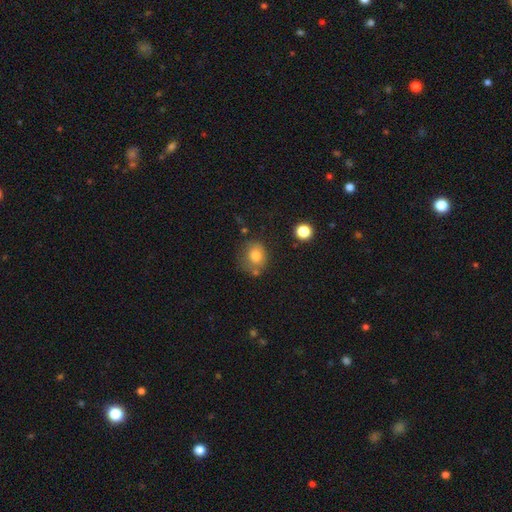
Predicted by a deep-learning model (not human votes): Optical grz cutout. It shows a smooth galaxy with no disk features (77%) that is round (68%). Merging: none (61%).